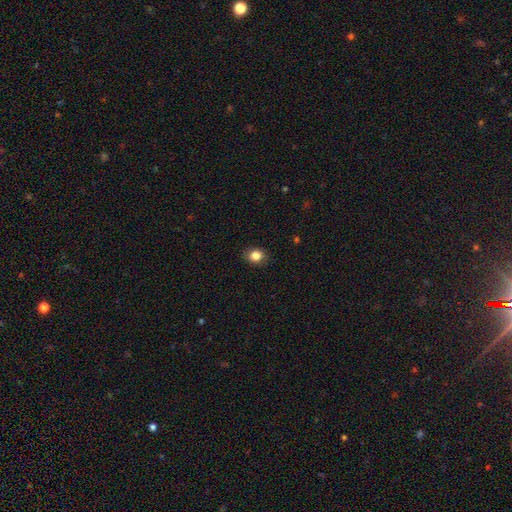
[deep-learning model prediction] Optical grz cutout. It shows a smooth galaxy with no disk features (83%) that is round (61%). Merging: none (88%).